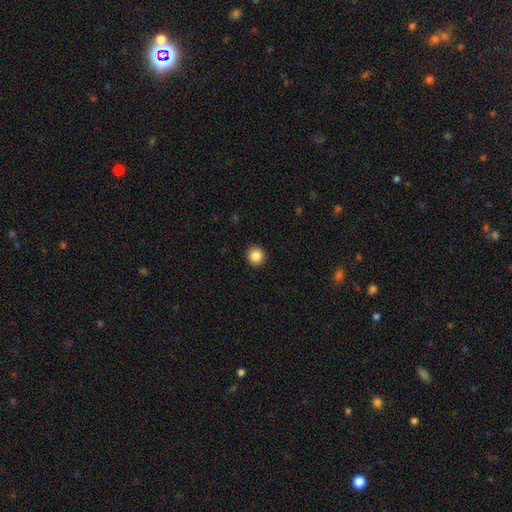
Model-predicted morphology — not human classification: Smooth or featured: smooth — 86% (star or artifact — 10%)
How rounded: round — 94% (in between — 5%)
Merging: none — 93% (minor disturbance — 5%)